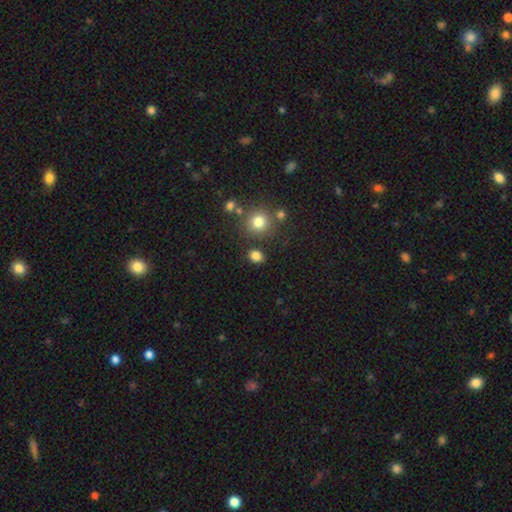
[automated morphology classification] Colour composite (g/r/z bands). It shows a smooth galaxy with no disk features (82%) that is round (50%). Merging: none (80%).